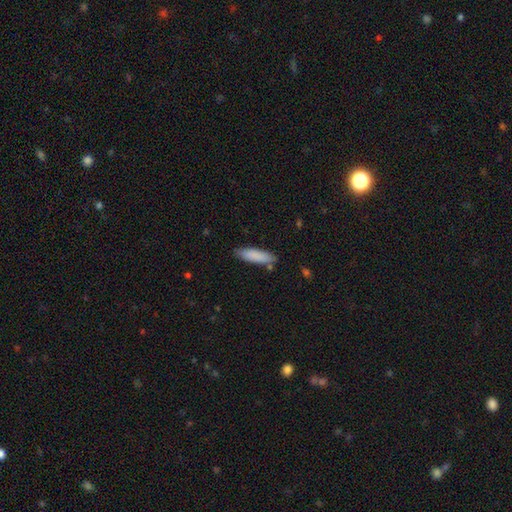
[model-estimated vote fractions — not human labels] A smooth galaxy with no disk features (86%) that is cigar-shaped (62%). Merging: none (81%).